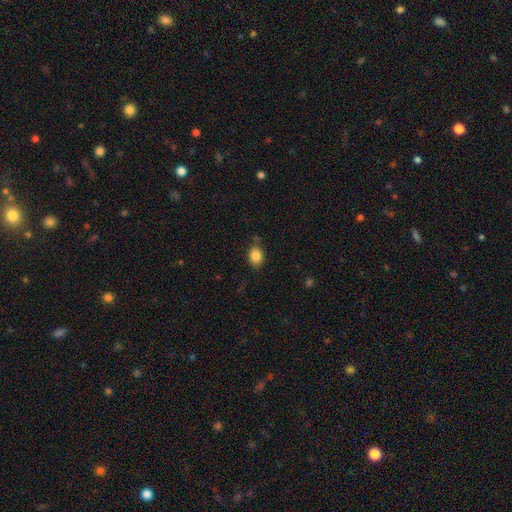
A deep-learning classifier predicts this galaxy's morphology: Smooth or featured: smooth — 85% (star or artifact — 9%)
How rounded: in between — 60% (round — 39%)
Merging: none — 75% (minor disturbance — 18%)